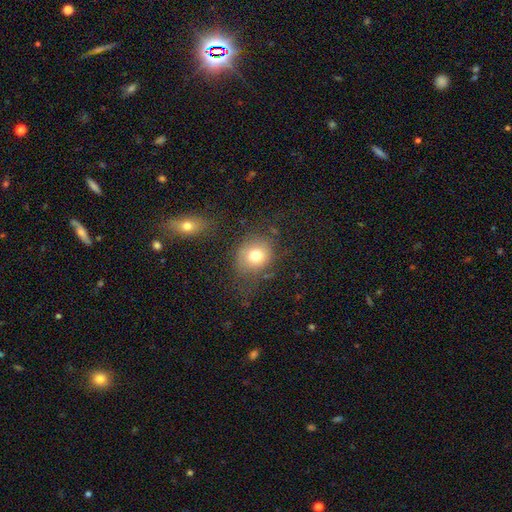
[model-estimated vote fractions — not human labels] smooth_or_featured: smooth (p=0.73) [alt: featured or disk p=0.14]
how_rounded: round (p=0.76) [alt: in between p=0.23]
merging: none (p=0.68) [alt: minor disturbance p=0.18]